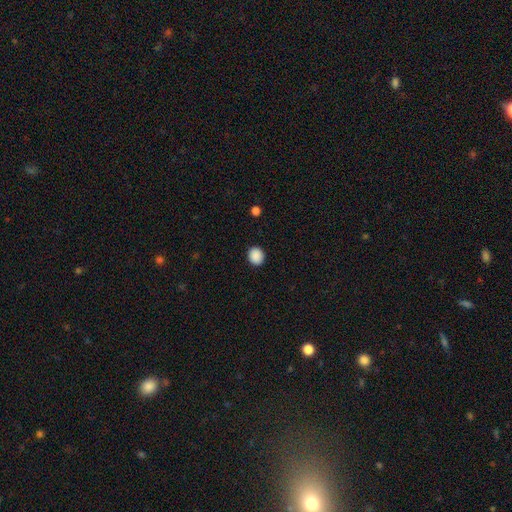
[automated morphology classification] type=smooth (90%); roundness=round (75%); merging=none (91%).